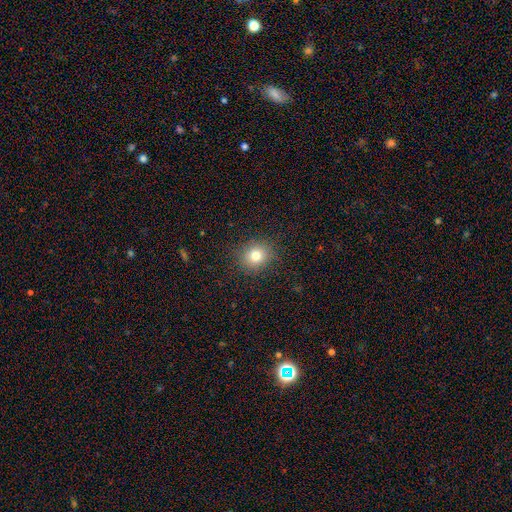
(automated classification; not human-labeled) smooth-or-featured: smooth: 78% | star or artifact: 13% | featured or disk: 9%
  how-rounded: round: 80% | in between: 19% | cigar-shaped: 1%
  merging: none: 88% | minor disturbance: 8% | major disturbance: 3% | merger: 1%